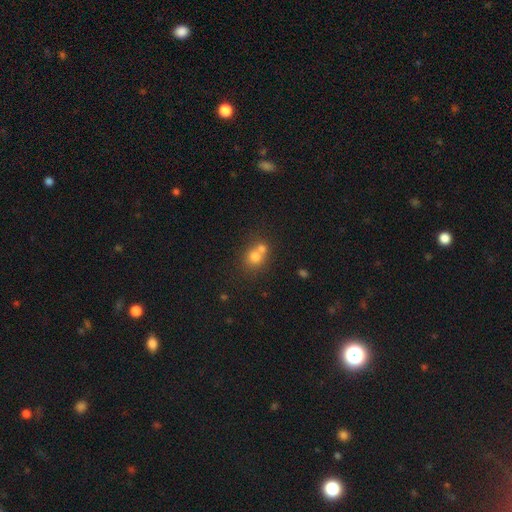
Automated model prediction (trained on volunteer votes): smooth_or_featured: smooth (p=0.72) [alt: featured or disk p=0.14]
how_rounded: round (p=0.77) [alt: in between p=0.22]
merging: merger (p=0.52) [alt: none p=0.38]